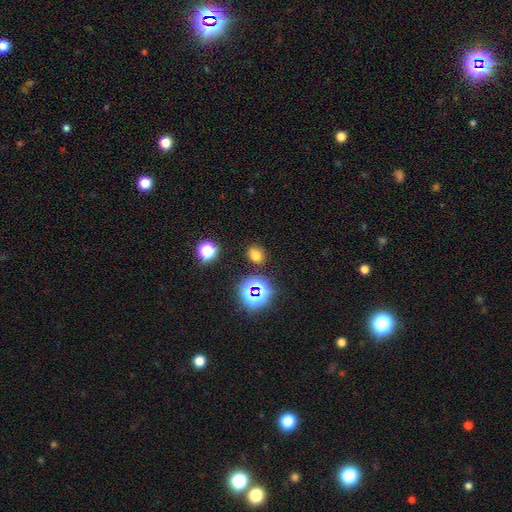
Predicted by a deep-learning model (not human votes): A smooth galaxy with no disk features (68%) that is round (56%). Merging: none (82%).